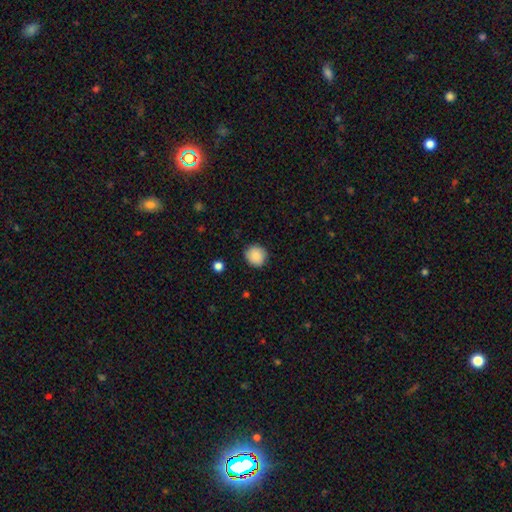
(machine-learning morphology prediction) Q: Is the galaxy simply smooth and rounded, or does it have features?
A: smooth — 87%.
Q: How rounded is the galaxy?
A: round — 88%.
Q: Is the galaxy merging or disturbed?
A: none — 86%.